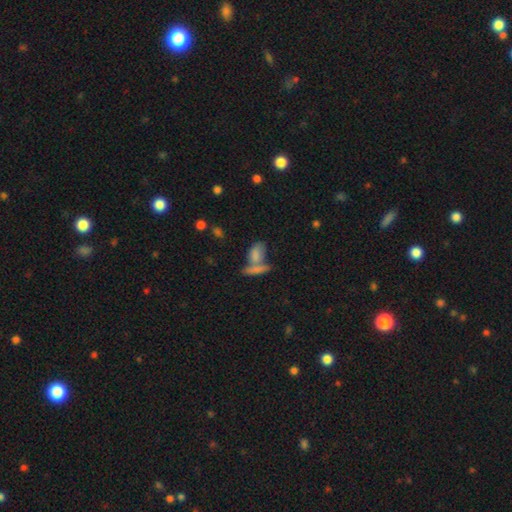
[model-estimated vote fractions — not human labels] This appears to be a smooth galaxy with no disk features (74%) that is in between round and cigar-shaped (74%). Merging: merger (50%).